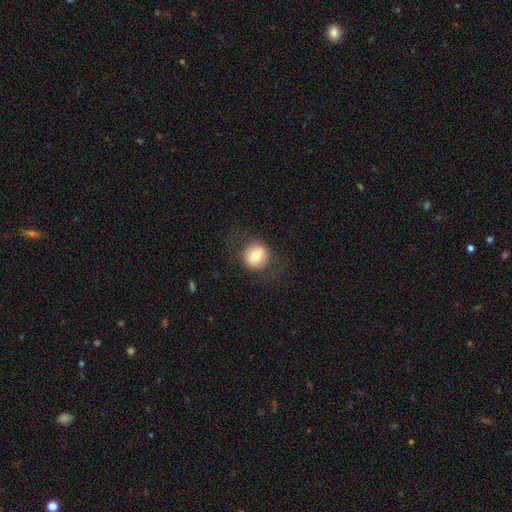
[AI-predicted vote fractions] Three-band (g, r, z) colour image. It shows a smooth galaxy with no disk features (70%) that is round (88%). Merging: none (81%).